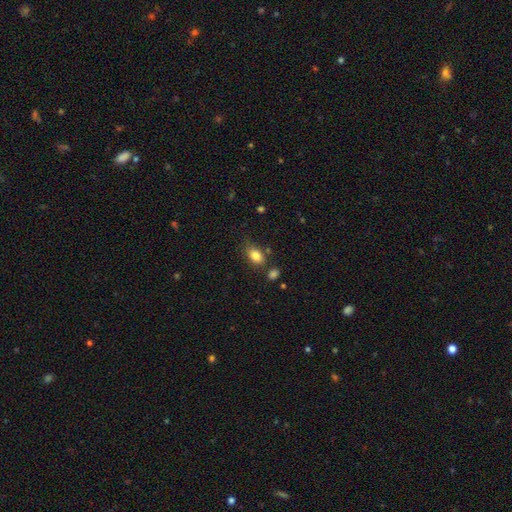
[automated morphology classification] Q: Smooth or featured?
A: smooth (83%); runner-up: star or artifact (9%)
Q: How rounded?
A: in between (84%); runner-up: round (14%)
Q: Merging?
A: none (67%); runner-up: minor disturbance (19%)